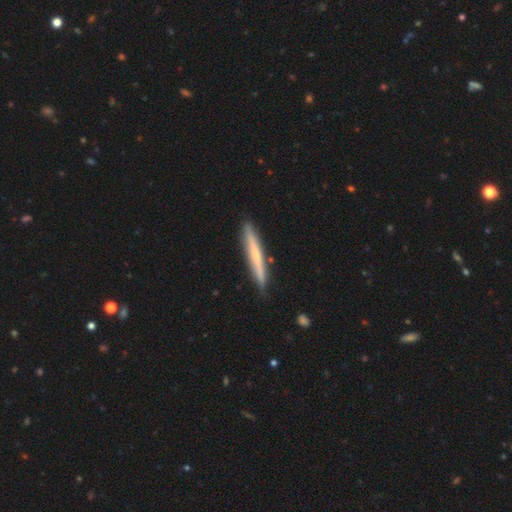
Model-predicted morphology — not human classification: Smooth or featured? smooth (51%)
How rounded? cigar-shaped (96%)
Merging? none (88%)